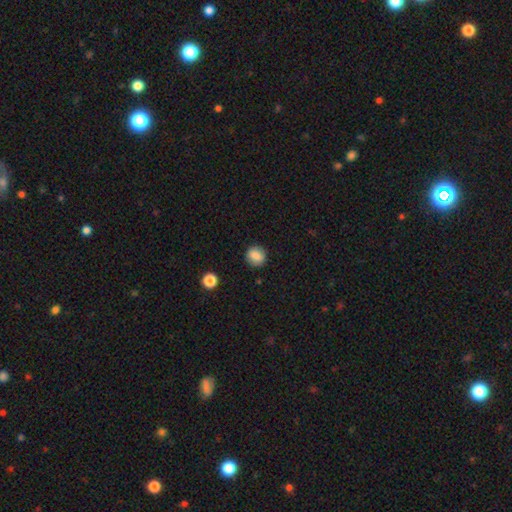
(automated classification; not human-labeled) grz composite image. It shows a smooth galaxy with no disk features (83%) that is round (78%). Merging: none (88%).